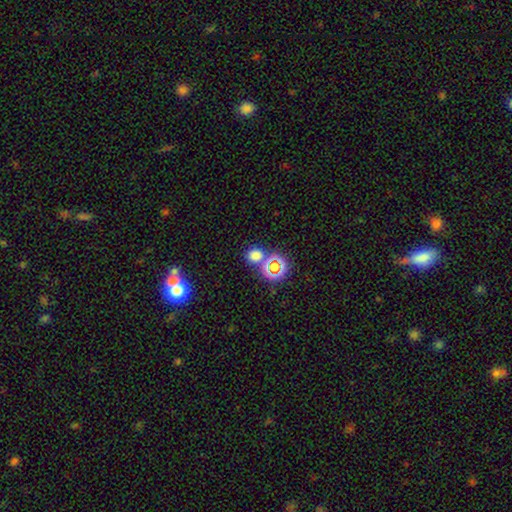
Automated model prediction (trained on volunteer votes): smooth-or-featured: smooth: 66% | star or artifact: 29% | featured or disk: 6%
  how-rounded: round: 72% | in between: 27% | cigar-shaped: 1%
  merging: none: 66% | merger: 22% | minor disturbance: 8% | major disturbance: 4%